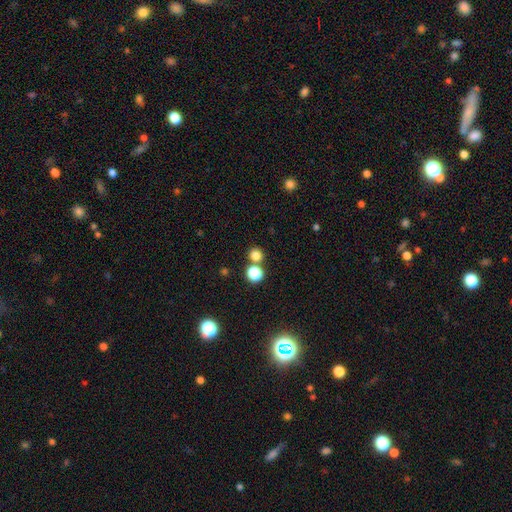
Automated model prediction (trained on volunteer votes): The model was most divided on "merging": none: 70%, merger: 22%, minor disturbance: 6%, major disturbance: 2%. More confident: how rounded — round (91%); smooth or featured — smooth (78%).